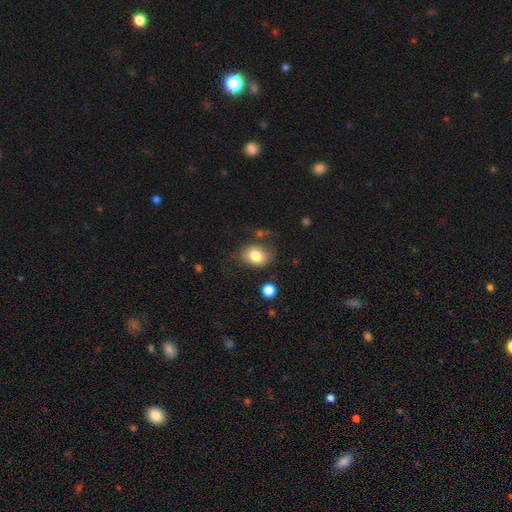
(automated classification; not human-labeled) Smooth or featured? smooth (81%)
How rounded? in between (64%)
Merging? none (66%)